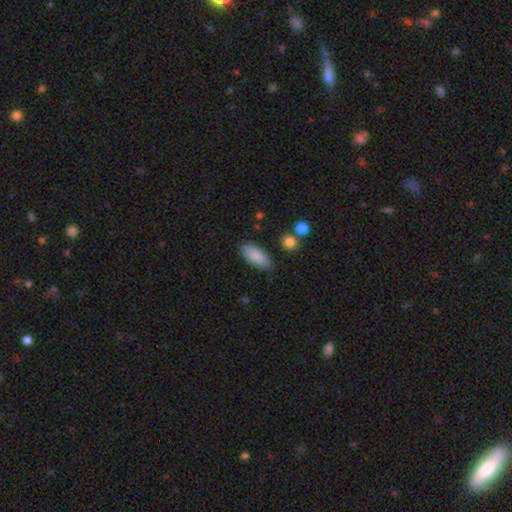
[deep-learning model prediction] Smooth or featured? smooth (87%)
How rounded? in between (88%)
Merging? none (83%)